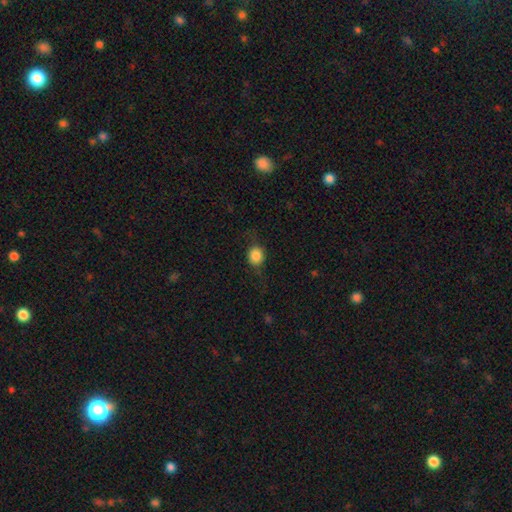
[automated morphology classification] This appears to be a smooth galaxy with no disk features (83%) that is round (76%). Merging: none (75%).